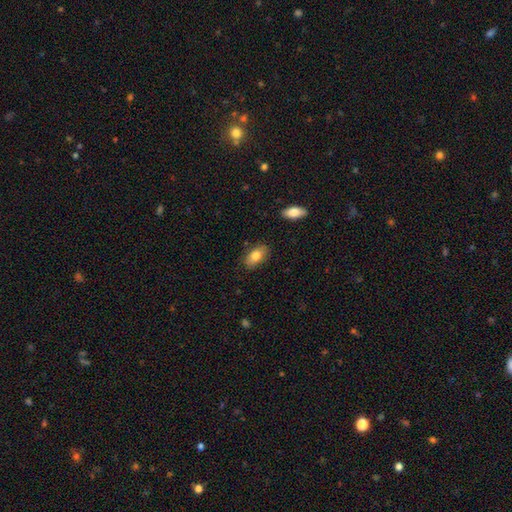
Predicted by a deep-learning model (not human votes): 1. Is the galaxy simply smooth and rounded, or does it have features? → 81% smooth, 12% featured or disk, 7% star or artifact.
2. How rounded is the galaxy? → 91% in between, 5% round, 4% cigar-shaped.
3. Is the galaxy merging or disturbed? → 83% none, 12% minor disturbance, 3% major disturbance, 2% merger.